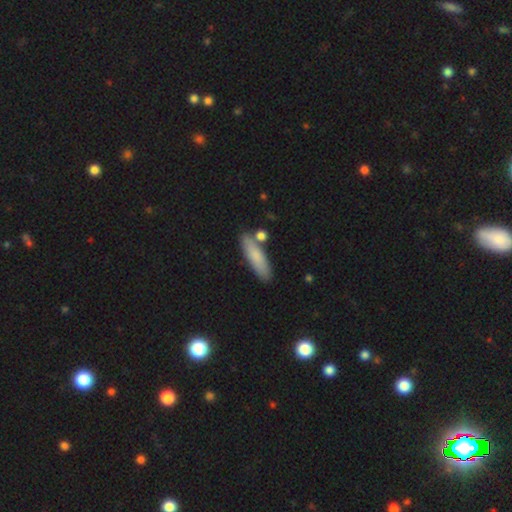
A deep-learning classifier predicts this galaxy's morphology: The model was most divided on "how rounded": cigar-shaped: 69%, in between: 29%, round: 2%. More confident: merging — none (79%); smooth or featured — smooth (77%).